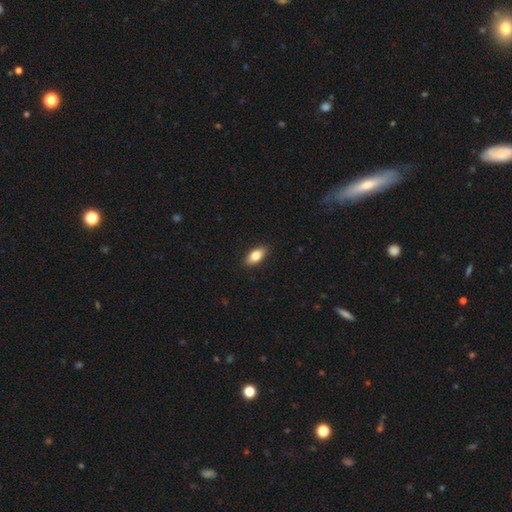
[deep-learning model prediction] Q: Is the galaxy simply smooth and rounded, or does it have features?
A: smooth — 77%.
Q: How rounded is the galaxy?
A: in between — 87%.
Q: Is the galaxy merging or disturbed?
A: none — 89%.